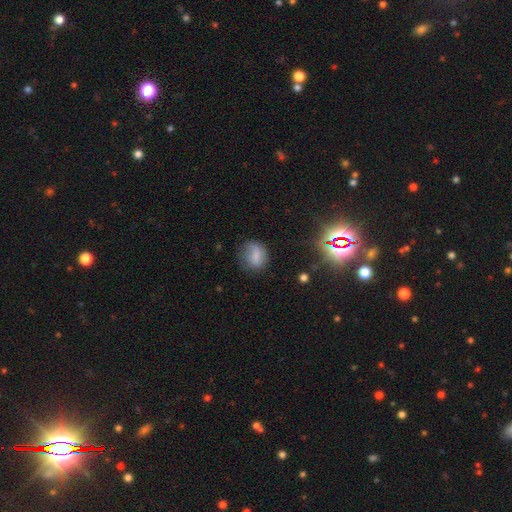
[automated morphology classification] The model was most divided on "how rounded": round: 51%, in between: 46%, cigar-shaped: 3%. More confident: smooth or featured — smooth (68%); merging — none (66%).